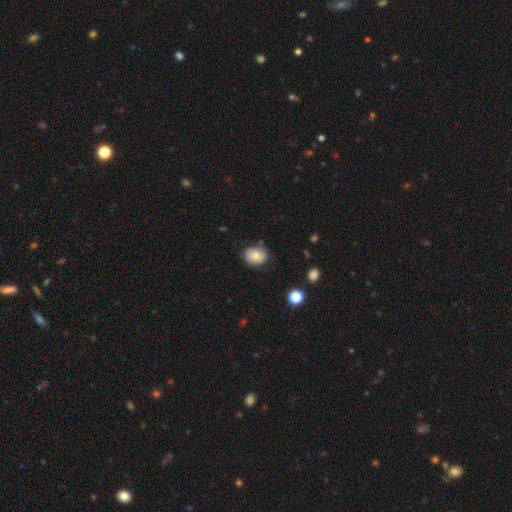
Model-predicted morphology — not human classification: type=smooth (68%); roundness=round (55%); merging=none (76%).